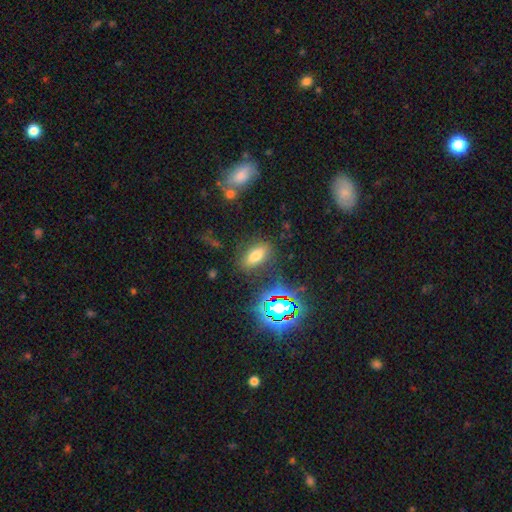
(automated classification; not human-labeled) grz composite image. It shows a smooth galaxy with no disk features (65%) that is in between round and cigar-shaped (79%). Merging: none (82%).